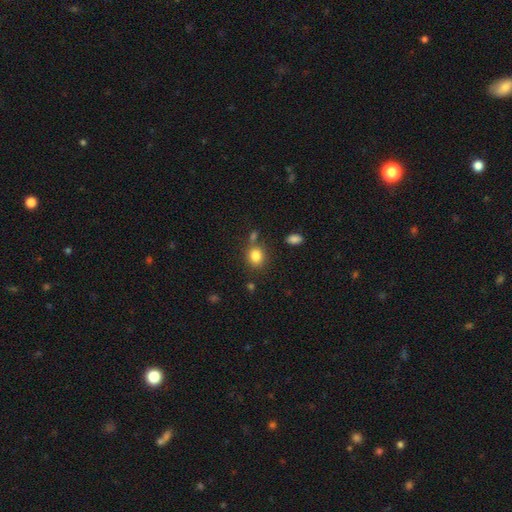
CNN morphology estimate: Smooth or featured? Predicted: smooth (p=0.83). How rounded? Predicted: round (p=0.67). Merging? Predicted: none (p=0.74).